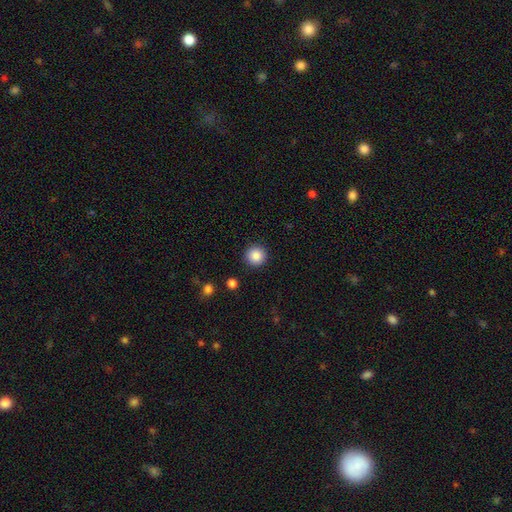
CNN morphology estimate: This appears to be a smooth galaxy with no disk features (87%) that is round (95%). Merging: none (91%).